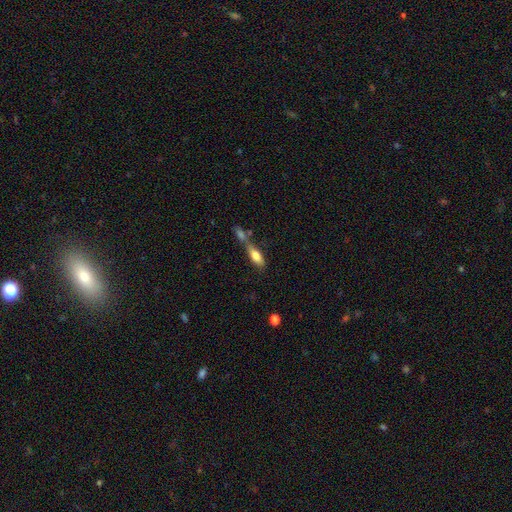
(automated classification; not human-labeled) Overall: smooth (73%). How rounded: in between (66%; cigar-shaped 31%). Merging: merger (50%; none 31%).